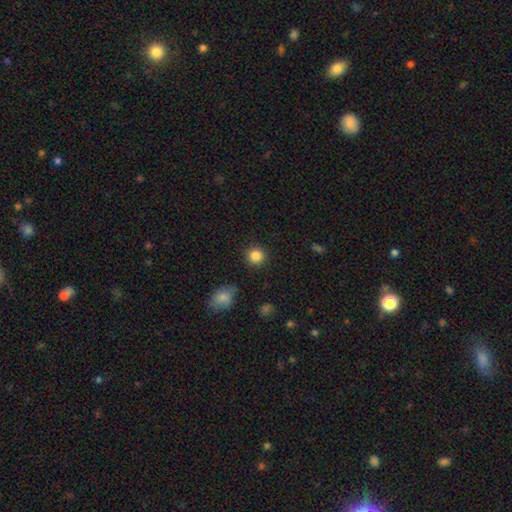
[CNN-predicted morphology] Smooth or featured? smooth (86%)
How rounded? round (93%)
Merging? none (90%)